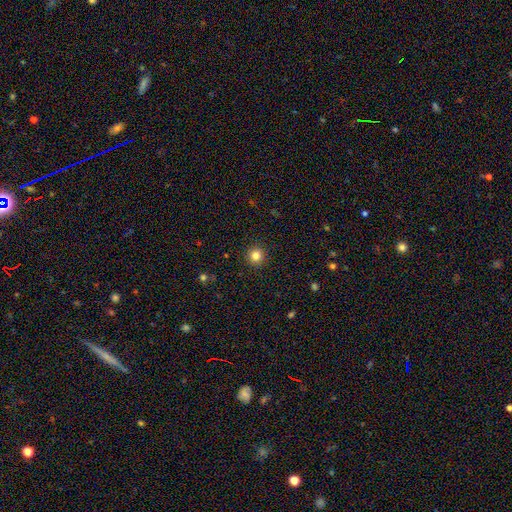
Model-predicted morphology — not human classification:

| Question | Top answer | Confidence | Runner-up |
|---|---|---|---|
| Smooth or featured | smooth | 82% | star or artifact (12%) |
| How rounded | round | 95% | in between (4%) |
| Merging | none | 93% | minor disturbance (5%) |